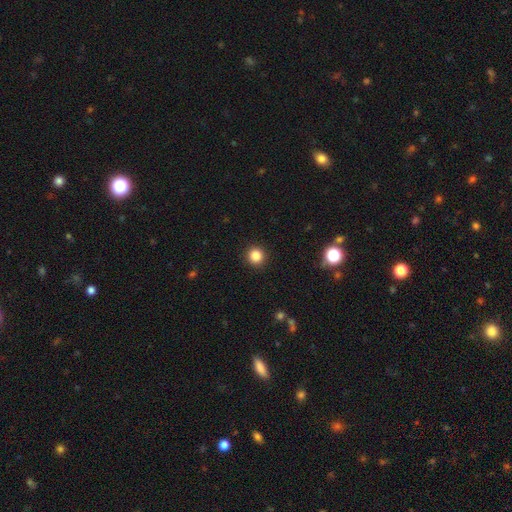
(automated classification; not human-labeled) A smooth galaxy with no disk features (84%) that is round (94%).

Vote fractions:
- Smooth or featured? smooth: 84% / star or artifact: 12% / featured or disk: 4%
- How rounded? round: 94% / in between: 5% / cigar-shaped: 1%
- Merging? none: 92% / minor disturbance: 5% / major disturbance: 2% / merger: 1%